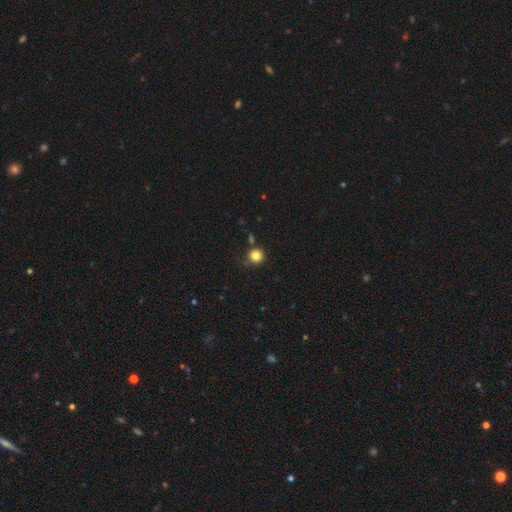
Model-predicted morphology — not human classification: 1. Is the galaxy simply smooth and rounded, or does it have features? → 83% smooth, 12% star or artifact, 5% featured or disk.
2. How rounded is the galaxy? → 93% round, 6% in between, 1% cigar-shaped.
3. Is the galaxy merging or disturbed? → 83% none, 10% minor disturbance, 4% merger, 3% major disturbance.